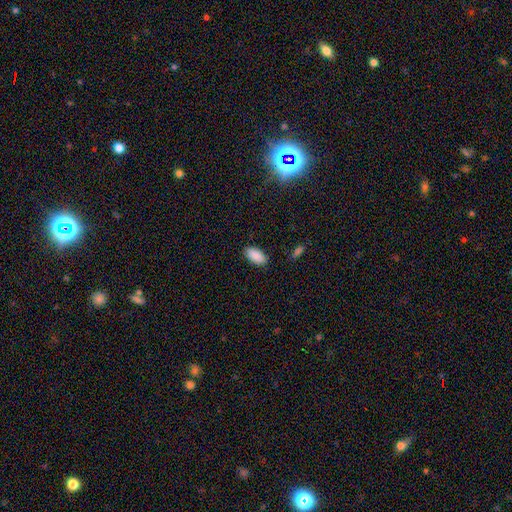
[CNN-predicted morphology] smooth 89%, star or artifact 7%, featured or disk 4%. Down the decision tree: how rounded — in between (93%); merging — none (86%).